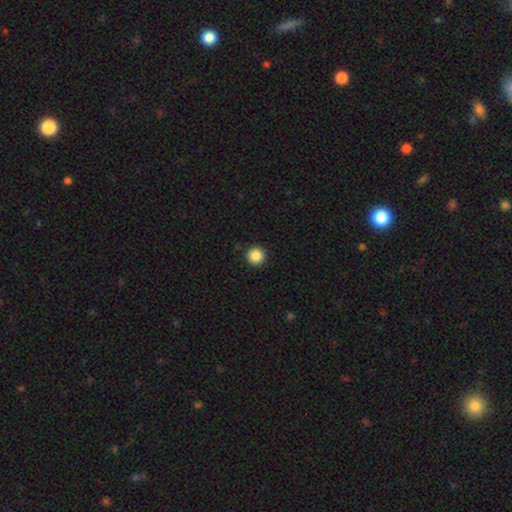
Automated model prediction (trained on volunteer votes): smooth 87%, star or artifact 10%, featured or disk 4%. Down the decision tree: how rounded — round (96%); merging — none (93%).